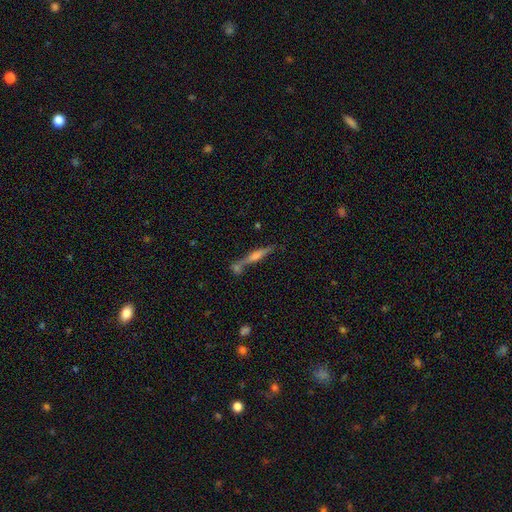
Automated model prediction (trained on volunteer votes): smooth-or-featured: featured or disk: 64% | smooth: 27% | star or artifact: 9%
  disk-edge-on: yes: 96% | no: 4%
    edge-on-bulge: rounded: 73% | boxy: 15% | none: 12%
  merging: none: 62% | merger: 22% | minor disturbance: 12% | major disturbance: 4%